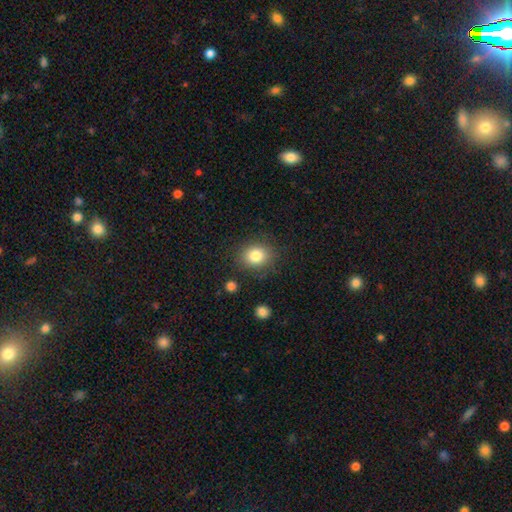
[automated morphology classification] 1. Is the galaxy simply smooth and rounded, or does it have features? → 83% smooth, 10% star or artifact, 7% featured or disk.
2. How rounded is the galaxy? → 62% round, 38% in between, 1% cigar-shaped.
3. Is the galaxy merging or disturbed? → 84% none, 10% minor disturbance, 4% major disturbance, 2% merger.